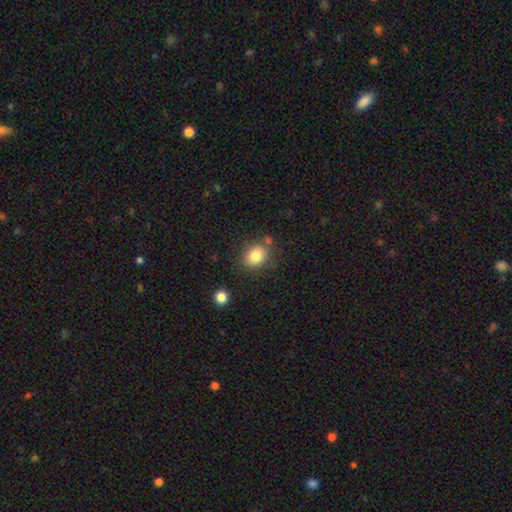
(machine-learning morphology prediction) smooth_or_featured: smooth (p=0.82) [alt: star or artifact p=0.10]
how_rounded: round (p=0.55) [alt: in between p=0.44]
merging: none (p=0.75) [alt: minor disturbance p=0.14]